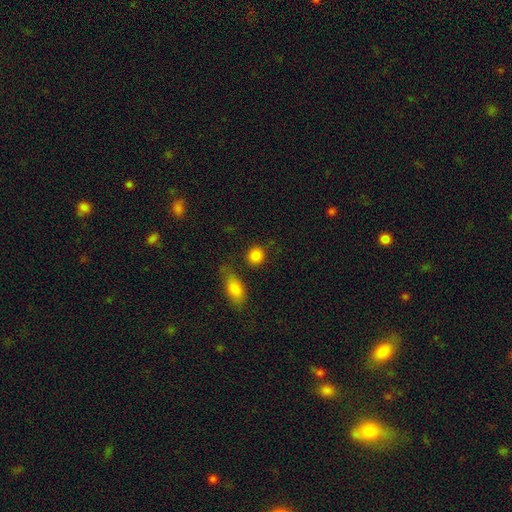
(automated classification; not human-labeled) Smooth or featured: smooth — 86% (star or artifact — 9%)
How rounded: round — 83% (in between — 16%)
Merging: none — 77% (minor disturbance — 11%)